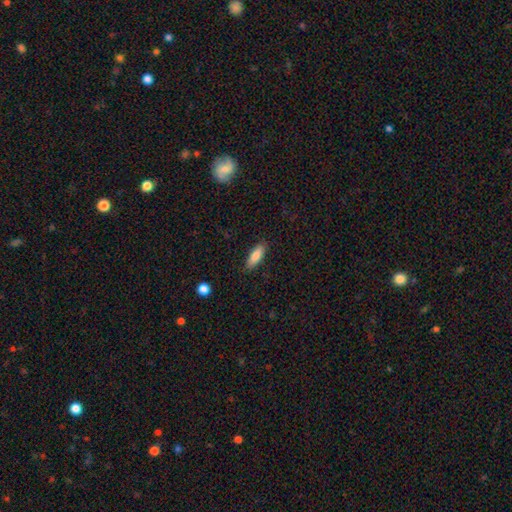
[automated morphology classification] smooth-or-featured: smooth: 82% | featured or disk: 11% | star or artifact: 6%
  how-rounded: in between: 58% | cigar-shaped: 40% | round: 2%
  merging: none: 87% | minor disturbance: 10% | major disturbance: 2% | merger: 1%